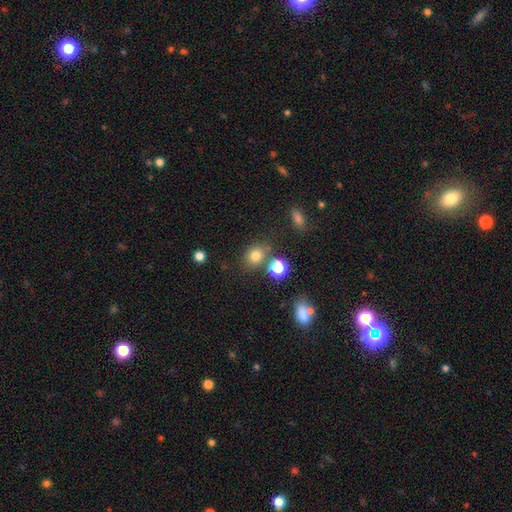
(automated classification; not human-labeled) Smooth or featured? Predicted: smooth (p=0.75). How rounded? Predicted: round (p=0.64). Merging? Predicted: none (p=0.71).